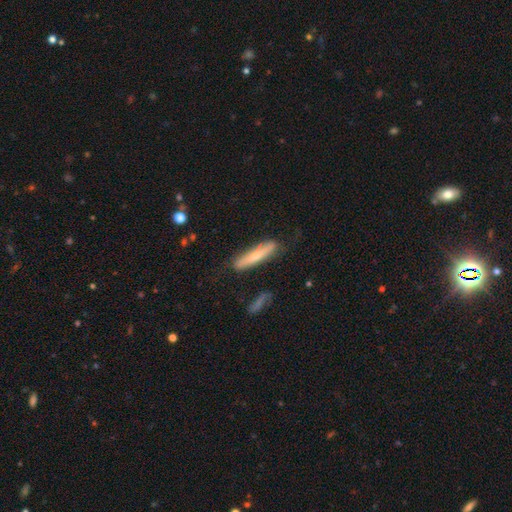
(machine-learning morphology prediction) Q: Smooth or featured?
A: smooth (49%); runner-up: featured or disk (44%)
Q: Merging?
A: none (78%); runner-up: minor disturbance (16%)